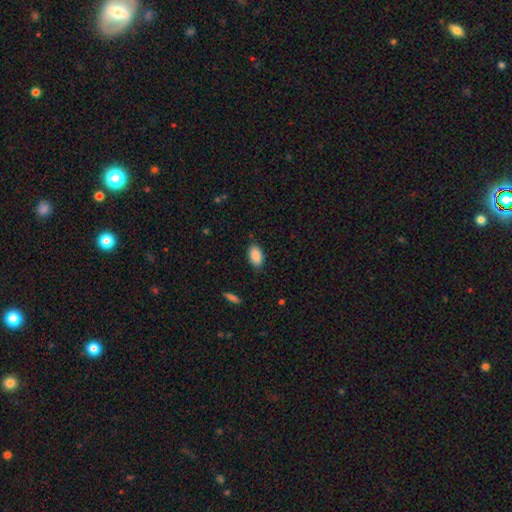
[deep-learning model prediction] Q: Smooth or featured?
A: smooth (89%); runner-up: star or artifact (7%)
Q: How rounded?
A: in between (93%); runner-up: round (5%)
Q: Merging?
A: none (85%); runner-up: minor disturbance (11%)